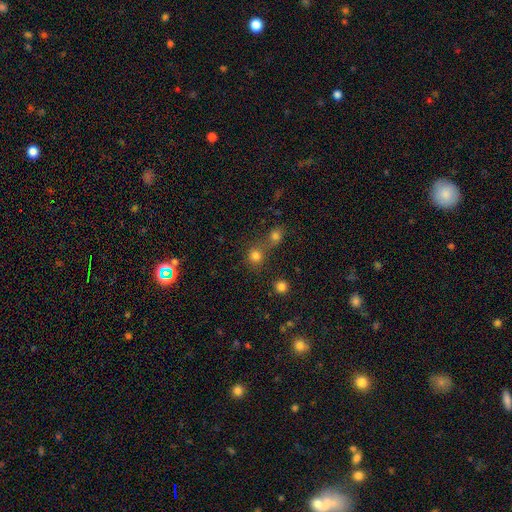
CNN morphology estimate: The model was most divided on "merging": none: 53%, merger: 35%, minor disturbance: 7%, major disturbance: 4%. More confident: how rounded — round (87%); smooth or featured — smooth (78%).